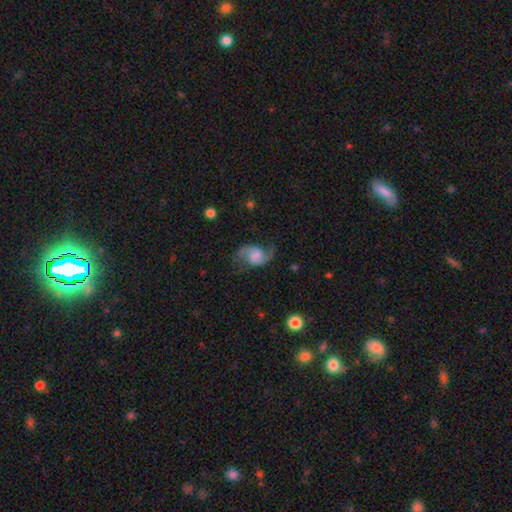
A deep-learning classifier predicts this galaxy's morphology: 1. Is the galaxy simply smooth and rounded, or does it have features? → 85% featured or disk, 9% smooth, 6% star or artifact.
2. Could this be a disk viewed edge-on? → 98% no, 2% yes.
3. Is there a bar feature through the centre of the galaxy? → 47% weak, 41% no, 12% strong.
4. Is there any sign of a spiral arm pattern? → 97% yes, 3% no.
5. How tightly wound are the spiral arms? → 46% loose, 45% medium, 9% tight.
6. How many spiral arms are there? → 93% 2, 2% can't tell, 2% 1, 1% 3, 1% 4, 1% more than 4.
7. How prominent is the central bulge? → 41% none, 25% small, 22% moderate, 10% large, 2% dominant.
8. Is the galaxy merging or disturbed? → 73% none, 16% minor disturbance, 9% major disturbance, 2% merger.